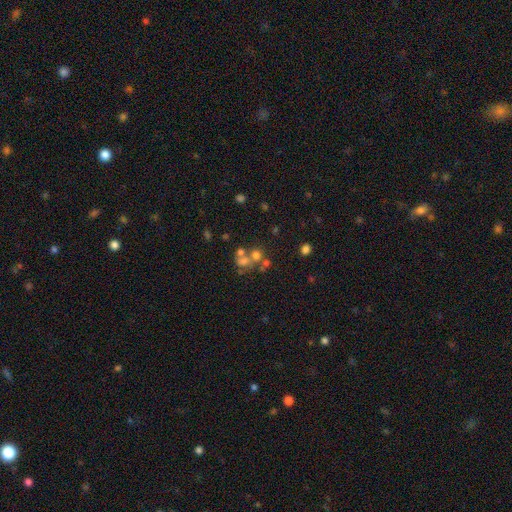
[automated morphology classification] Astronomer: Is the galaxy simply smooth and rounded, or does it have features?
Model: smooth — 54%.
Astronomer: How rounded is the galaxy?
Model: round — 76%.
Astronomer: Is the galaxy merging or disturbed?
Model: merger — 45% (runner-up: none, 39%).